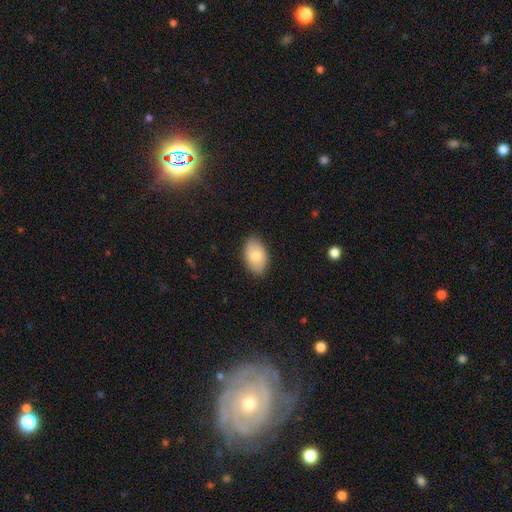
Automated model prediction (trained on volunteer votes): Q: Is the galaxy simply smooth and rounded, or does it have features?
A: smooth — 78%.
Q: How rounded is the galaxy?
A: in between — 91%.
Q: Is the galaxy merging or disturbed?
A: none — 85%.